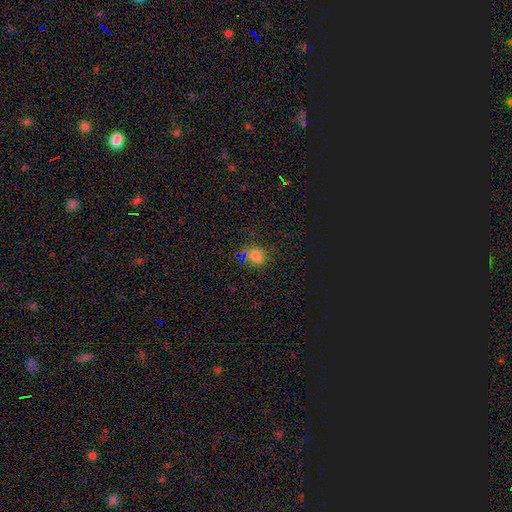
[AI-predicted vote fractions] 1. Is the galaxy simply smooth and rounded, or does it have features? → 71% smooth, 24% star or artifact, 5% featured or disk.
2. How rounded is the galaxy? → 79% round, 20% in between, 1% cigar-shaped.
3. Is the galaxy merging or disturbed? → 84% none, 10% minor disturbance, 3% major disturbance, 3% merger.